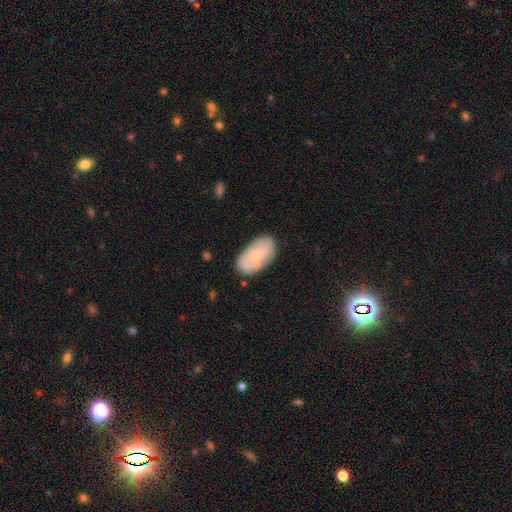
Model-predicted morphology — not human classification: Smooth or featured?
  - smooth: 66% *
  - featured or disk: 27%
  - star or artifact: 7%
How rounded?
  - in between: 94% *
  - round: 4%
  - cigar-shaped: 2%
Merging?
  - none: 76% *
  - minor disturbance: 18%
  - major disturbance: 4%
  - merger: 3%